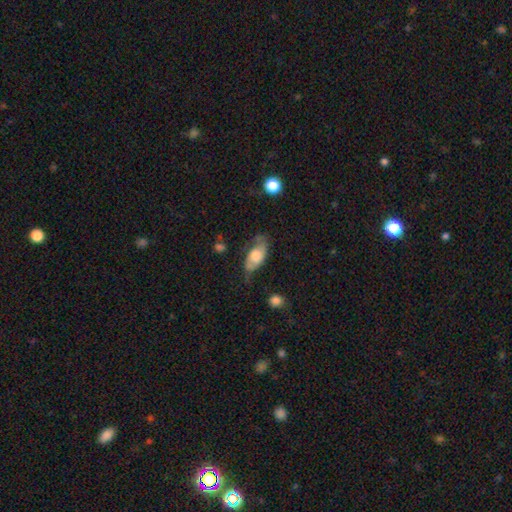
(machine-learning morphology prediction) smooth_or_featured: smooth (p=0.53) [alt: featured or disk p=0.40]
how_rounded: in between (p=0.88) [alt: cigar-shaped p=0.08]
merging: none (p=0.50) [alt: minor disturbance p=0.32]